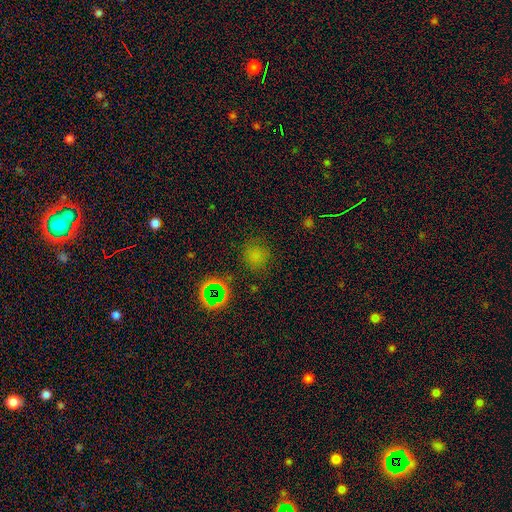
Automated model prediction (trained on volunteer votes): Smooth or featured?
  - smooth: 66% *
  - star or artifact: 27%
  - featured or disk: 7%
How rounded?
  - round: 86% *
  - in between: 13%
  - cigar-shaped: 1%
Merging?
  - none: 80% *
  - minor disturbance: 13%
  - major disturbance: 5%
  - merger: 2%